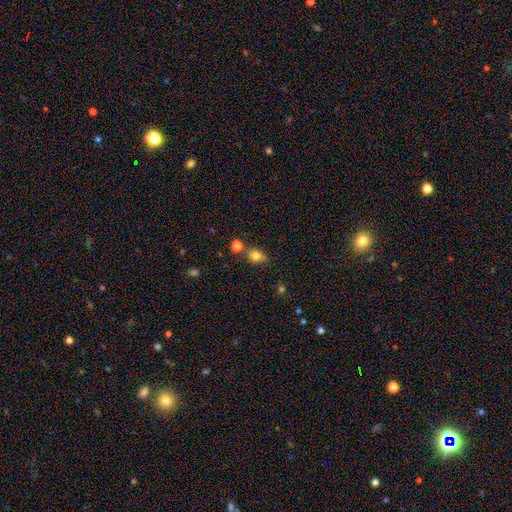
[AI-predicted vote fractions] A smooth galaxy with no disk features (78%) that is in between round and cigar-shaped (50%).

Vote fractions:
- Smooth or featured? smooth: 78% / star or artifact: 12% / featured or disk: 9%
- How rounded? in between: 50% / round: 47% / cigar-shaped: 2%
- Merging? none: 60% / minor disturbance: 17% / merger: 17% / major disturbance: 5%